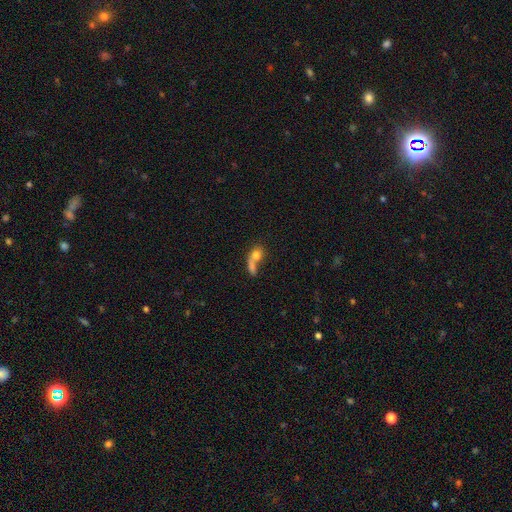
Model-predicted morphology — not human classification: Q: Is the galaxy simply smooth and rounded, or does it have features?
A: smooth — 71%.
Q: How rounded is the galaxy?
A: round — 52%.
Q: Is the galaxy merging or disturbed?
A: merger — 54%.